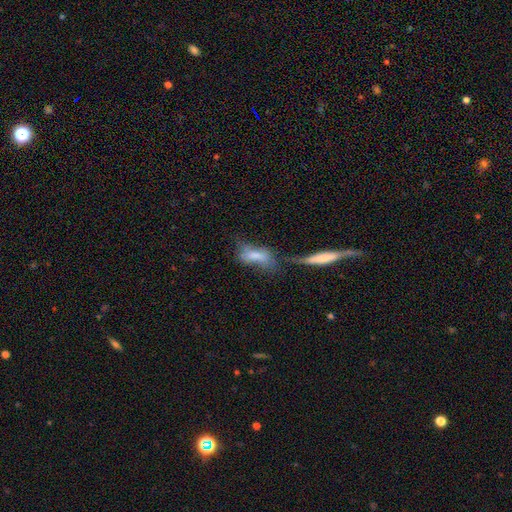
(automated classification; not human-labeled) Overall: smooth (62%; featured or disk 28%). How rounded: in between (71%). Merging: merger (39%; major disturbance 25%).